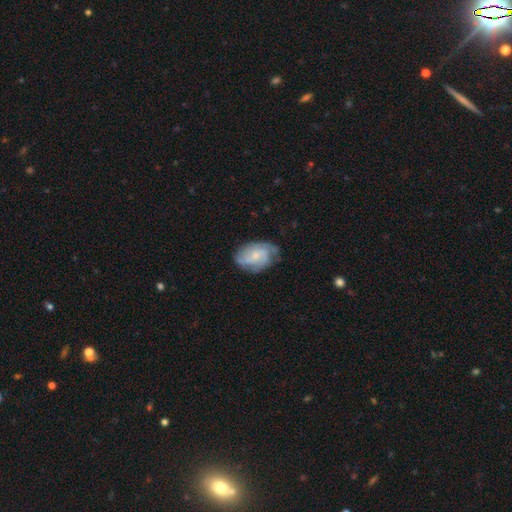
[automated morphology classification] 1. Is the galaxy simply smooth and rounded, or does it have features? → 69% featured or disk, 25% smooth, 6% star or artifact.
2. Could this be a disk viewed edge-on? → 97% no, 3% yes.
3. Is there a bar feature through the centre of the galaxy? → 59% no, 36% weak, 5% strong.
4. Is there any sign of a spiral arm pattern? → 91% yes, 9% no.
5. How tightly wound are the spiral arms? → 44% tight, 41% medium, 15% loose.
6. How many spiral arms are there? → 30% 2, 28% can't tell, 26% 3, 7% 4, 5% 1, 4% more than 4.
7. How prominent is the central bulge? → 58% small, 29% moderate, 10% none, 2% large, 1% dominant.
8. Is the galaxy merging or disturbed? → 65% none, 25% minor disturbance, 9% major disturbance, 1% merger.